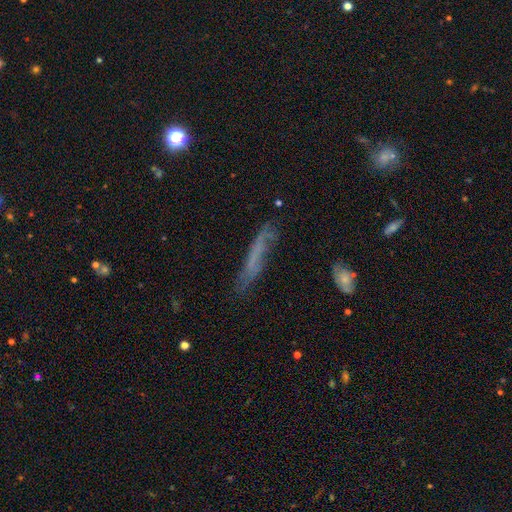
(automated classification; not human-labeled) Smooth or featured: smooth — 47% (featured or disk — 40%)
Merging: none — 68% (minor disturbance — 22%)